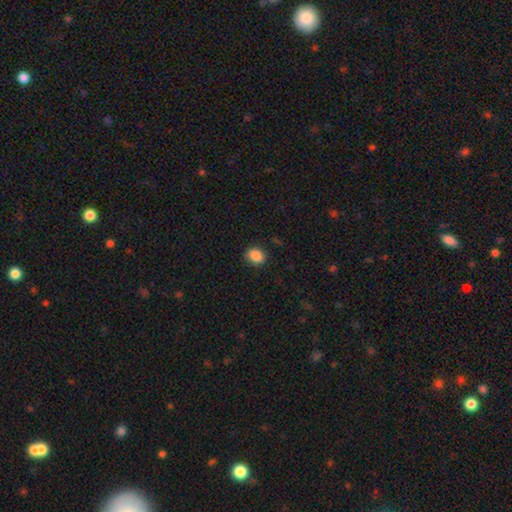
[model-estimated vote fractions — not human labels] The model was most divided on "how rounded": in between: 52%, round: 47%, cigar-shaped: 1%. More confident: smooth or featured — smooth (88%); merging — none (86%).